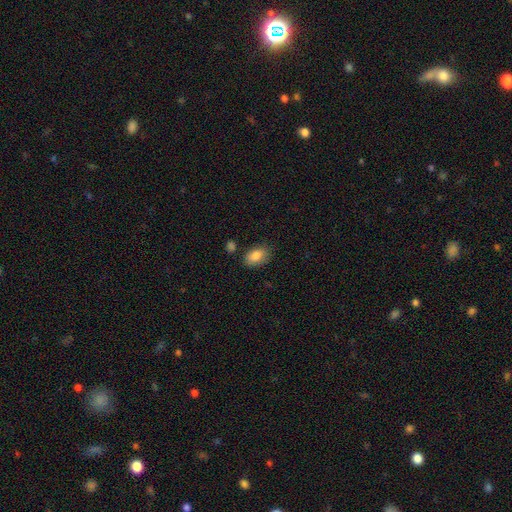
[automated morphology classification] smooth-or-featured: smooth: 85% | star or artifact: 7% | featured or disk: 7%
  how-rounded: in between: 89% | round: 9% | cigar-shaped: 1%
  merging: none: 80% | minor disturbance: 14% | merger: 4% | major disturbance: 3%